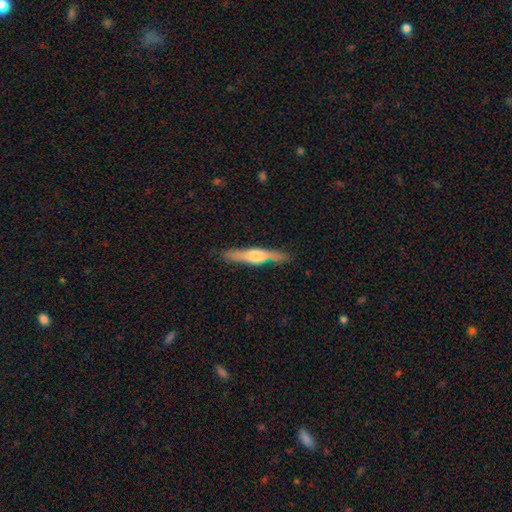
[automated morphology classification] A featured or disk galaxy (62%) viewed edge-on (96%) with a rounded central bulge (85%). Merging: none (86%).